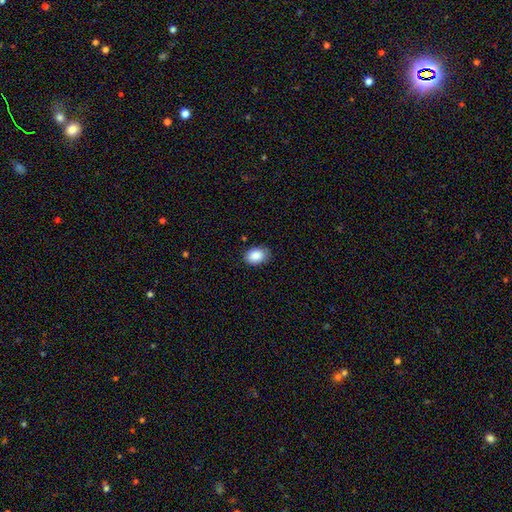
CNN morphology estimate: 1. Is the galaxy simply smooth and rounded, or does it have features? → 88% smooth, 7% star or artifact, 5% featured or disk.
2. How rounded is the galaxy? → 77% in between, 22% round, 1% cigar-shaped.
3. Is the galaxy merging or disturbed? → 84% none, 13% minor disturbance, 2% major disturbance, 1% merger.